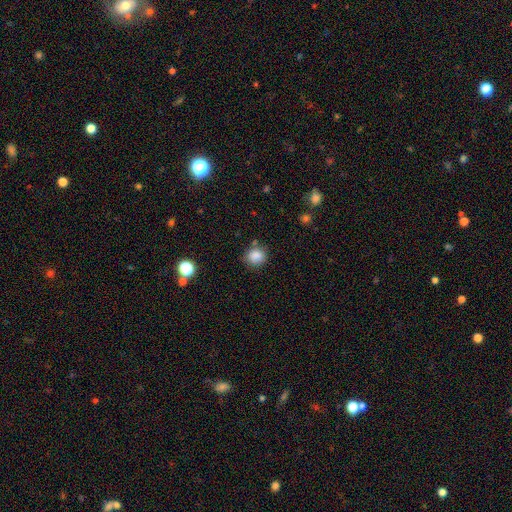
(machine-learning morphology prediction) type=smooth (85%); roundness=round (78%); merging=none (76%).